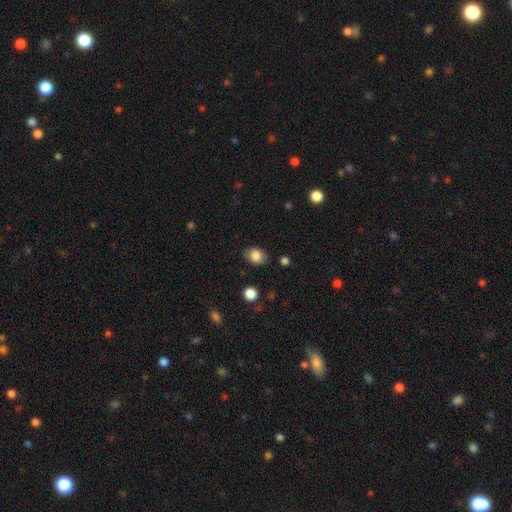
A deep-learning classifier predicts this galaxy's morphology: A smooth galaxy with no disk features (83%) that is in between round and cigar-shaped (67%).

Vote fractions:
- Smooth or featured? smooth: 83% / star or artifact: 9% / featured or disk: 8%
- How rounded? in between: 67% / round: 32% / cigar-shaped: 1%
- Merging? none: 79% / minor disturbance: 15% / major disturbance: 4% / merger: 2%